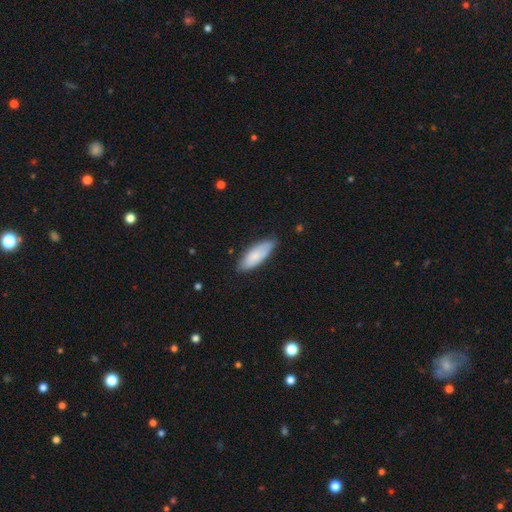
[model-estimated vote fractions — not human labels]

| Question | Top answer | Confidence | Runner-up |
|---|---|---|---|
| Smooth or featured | smooth | 78% | featured or disk (16%) |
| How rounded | in between | 68% | cigar-shaped (30%) |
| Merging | none | 77% | minor disturbance (19%) |